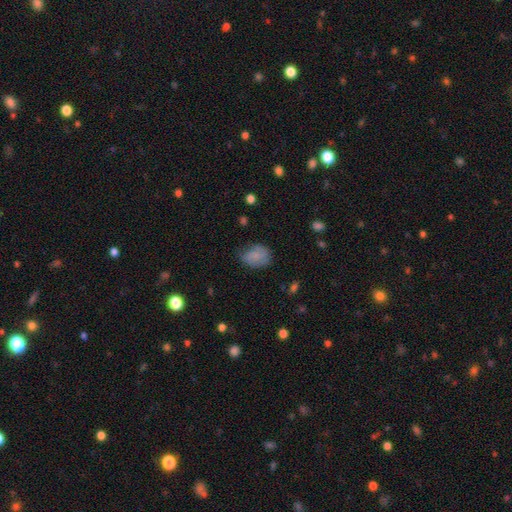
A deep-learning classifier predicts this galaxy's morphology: A smooth galaxy with no disk features (72%) that is in between round and cigar-shaped (71%). Merging: none (59%).